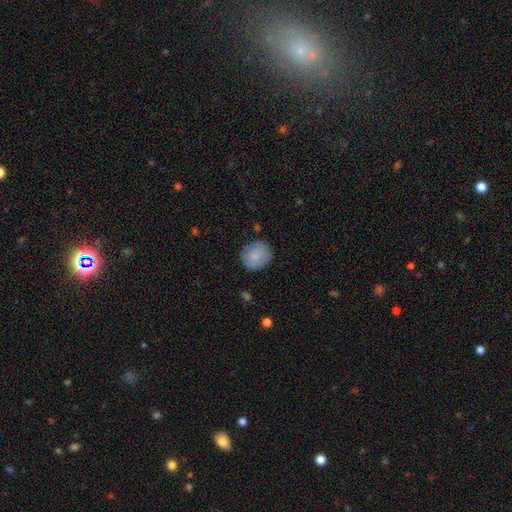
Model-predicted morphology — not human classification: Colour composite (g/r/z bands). It shows a smooth galaxy with no disk features (83%) that is round (76%). Merging: none (82%).